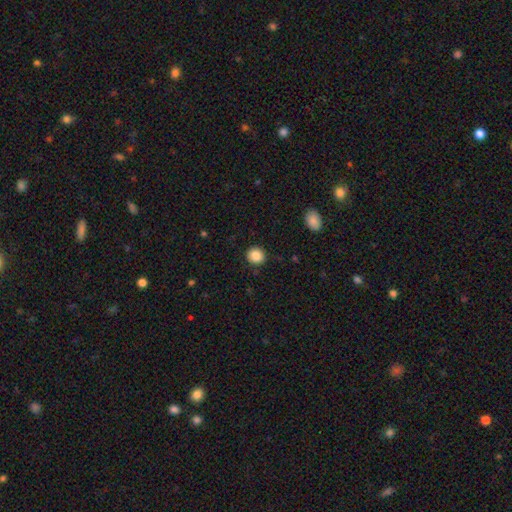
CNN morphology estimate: Smooth or featured? smooth (87%)
How rounded? round (87%)
Merging? none (90%)